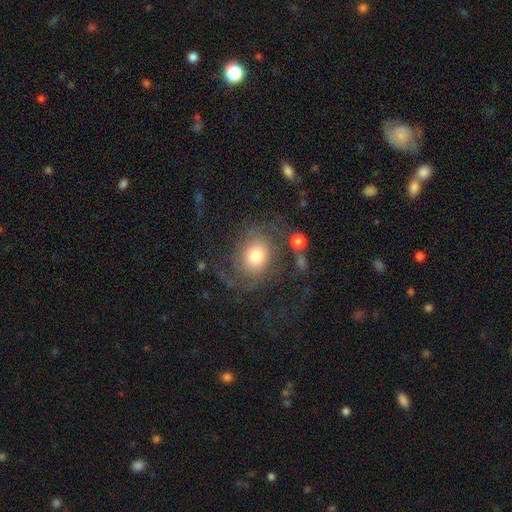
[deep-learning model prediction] A smooth galaxy with no disk features (55%) that is round (63%). Merging: none (58%).